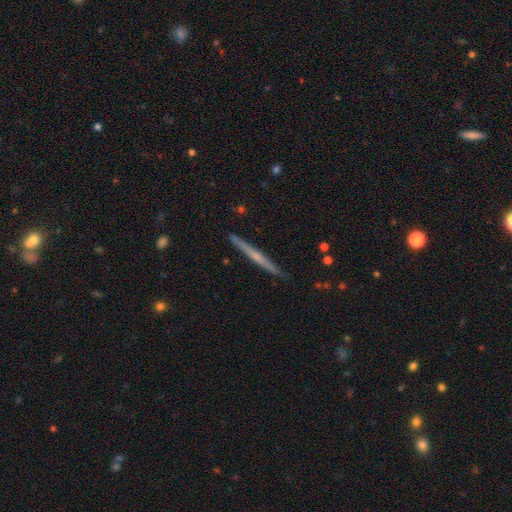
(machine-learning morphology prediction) type=featured or disk (60%); edge-on=yes (98%); edge-on bulge=none (55%); merging=none (90%).